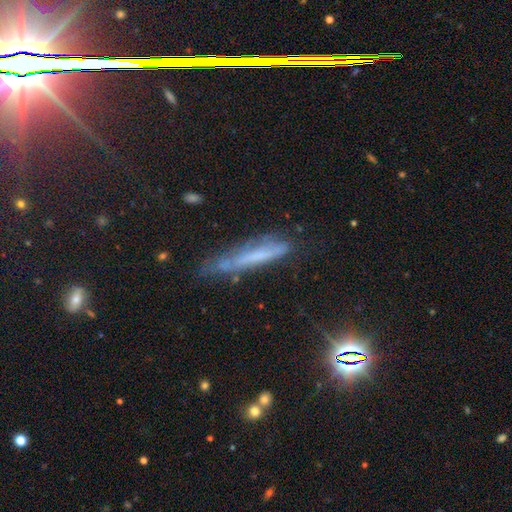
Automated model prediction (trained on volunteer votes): Morphology: type=smooth (41%); merging=none (56%).